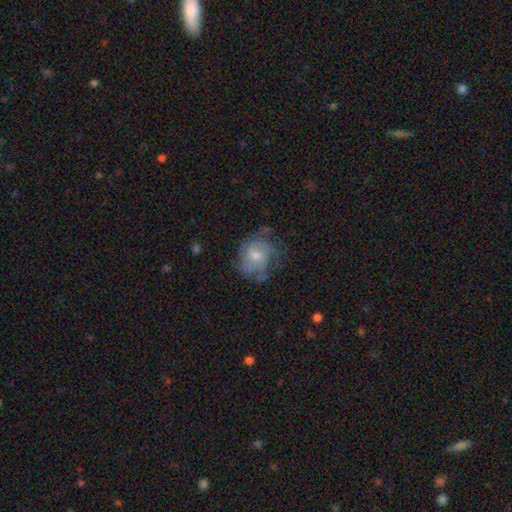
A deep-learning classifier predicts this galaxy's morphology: Smooth or featured? Predicted: featured or disk (p=0.70). Edge-on disk? Predicted: no (p=0.98). Bar? Predicted: no (p=0.63). Spiral arms? Predicted: yes (p=0.86). Spiral winding? Predicted: tight (p=0.44). Spiral arm count? Predicted: can't tell (p=0.34). Bulge size? Predicted: small (p=0.47, tied with moderate). Merging? Predicted: none (p=0.63).